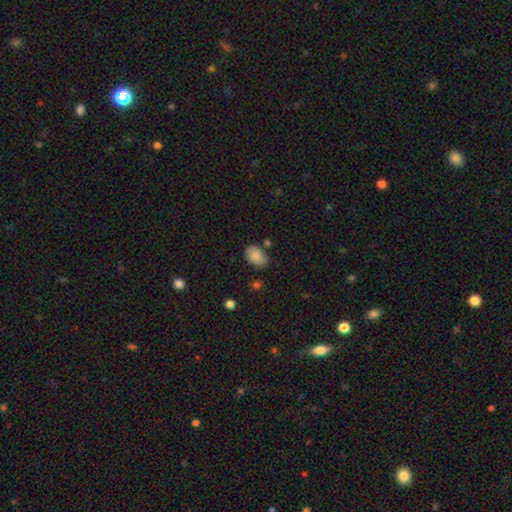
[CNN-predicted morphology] This is clearly a smooth galaxy (82%). How rounded: clearly in between (81%). Merging: likely none (68%).